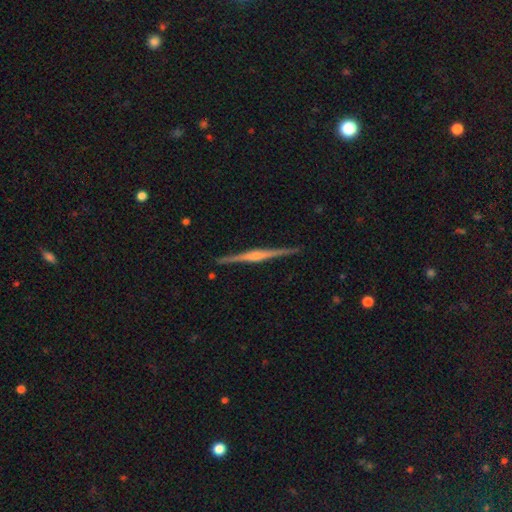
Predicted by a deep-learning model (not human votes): featured or disk 84%, smooth 11%, star or artifact 5%. Down the decision tree: edge-on disk — yes (99%); edge-on bulge — rounded (66%); merging — none (92%).